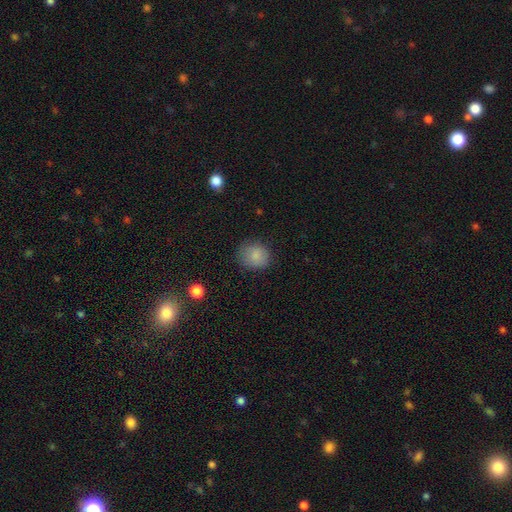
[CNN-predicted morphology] type=smooth (84%); roundness=round (80%); merging=none (81%).